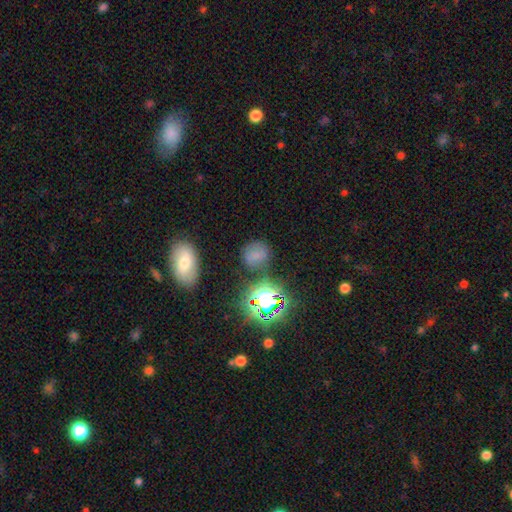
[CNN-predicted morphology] Smooth or featured?
  - smooth: 62% *
  - star or artifact: 23%
  - featured or disk: 15%
How rounded?
  - round: 64% *
  - in between: 34%
  - cigar-shaped: 2%
Merging?
  - none: 65% *
  - minor disturbance: 19%
  - major disturbance: 9%
  - merger: 8%